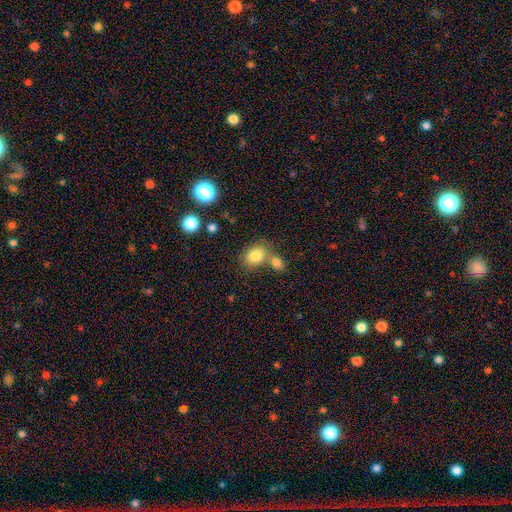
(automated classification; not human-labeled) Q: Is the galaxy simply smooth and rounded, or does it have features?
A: smooth — 81%.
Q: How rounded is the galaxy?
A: in between — 65%.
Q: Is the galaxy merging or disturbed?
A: none — 48%.